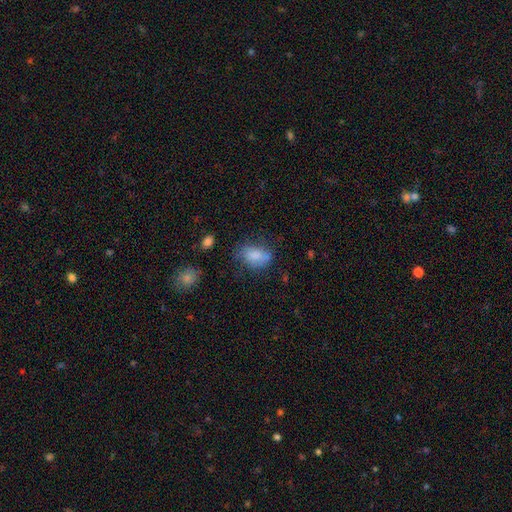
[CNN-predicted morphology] A smooth galaxy with no disk features (79%) that is in between round and cigar-shaped (84%). Merging: none (54%).